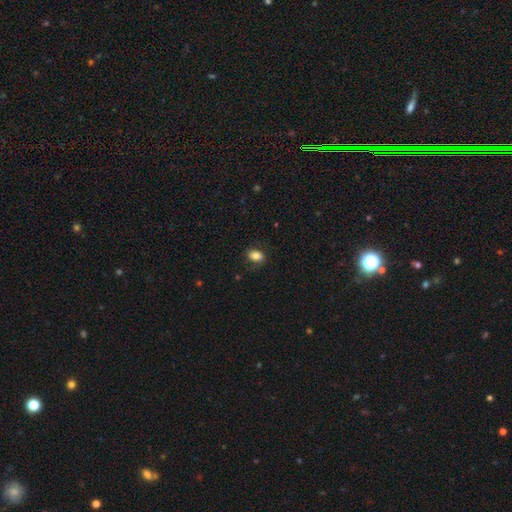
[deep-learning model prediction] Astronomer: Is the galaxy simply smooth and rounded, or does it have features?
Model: smooth — 80%.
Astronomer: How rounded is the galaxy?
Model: in between — 77%.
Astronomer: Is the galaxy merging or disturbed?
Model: none — 79%.